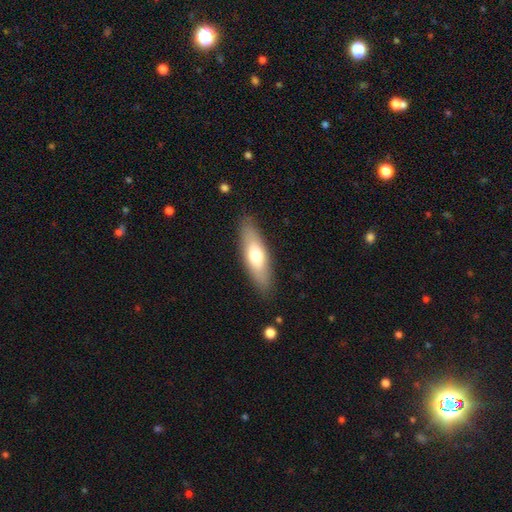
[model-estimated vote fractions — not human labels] smooth_or_featured: smooth (p=0.63) [alt: featured or disk p=0.31]
how_rounded: in between (p=0.55) [alt: cigar-shaped p=0.43]
merging: none (p=0.86) [alt: minor disturbance p=0.10]